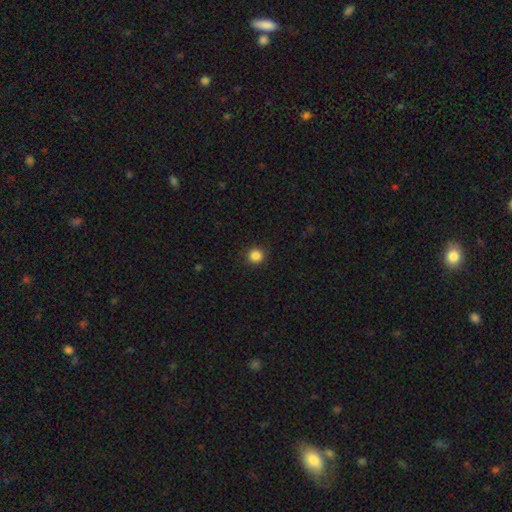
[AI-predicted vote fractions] Smooth or featured: smooth — 86% (star or artifact — 11%)
How rounded: round — 93% (in between — 6%)
Merging: none — 90% (minor disturbance — 7%)